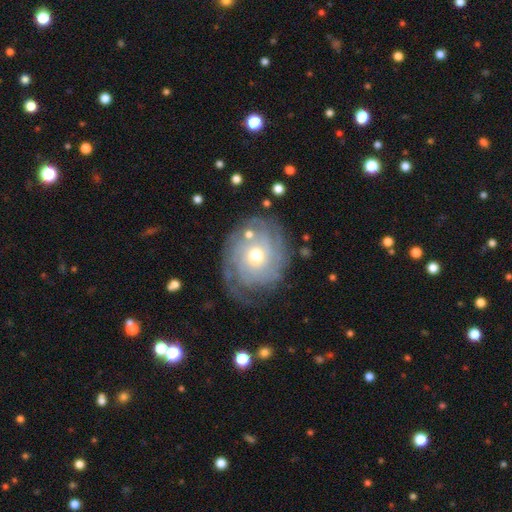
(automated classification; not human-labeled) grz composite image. It shows a featured or disk galaxy (79%) with no bar (78%), tight (73%) spiral arms (90%) and a moderate central bulge (71%). Merging: none (70%).